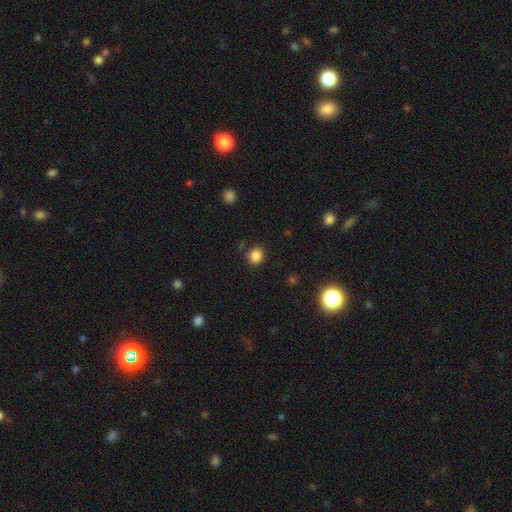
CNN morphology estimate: Overall: smooth (83%). How rounded: round (76%). Merging: none (77%).